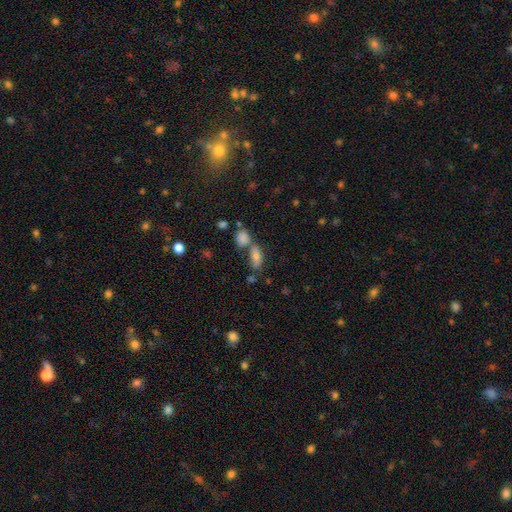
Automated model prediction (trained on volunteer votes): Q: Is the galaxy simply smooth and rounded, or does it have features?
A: smooth — 66%.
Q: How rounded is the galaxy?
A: in between — 74%.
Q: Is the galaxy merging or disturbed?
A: none — 46%.